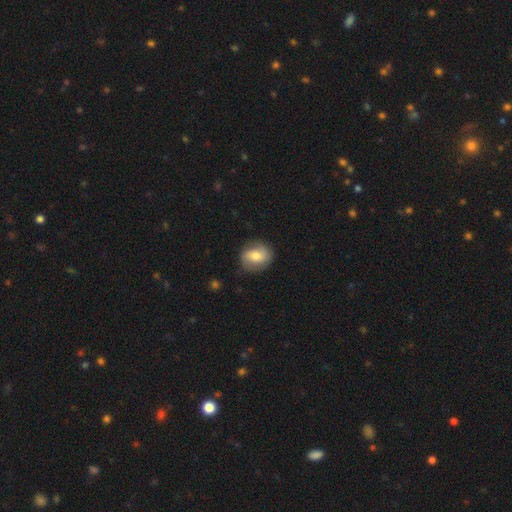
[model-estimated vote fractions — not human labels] Smooth or featured? smooth (60%)
How rounded? round (56%)
Merging? none (78%)